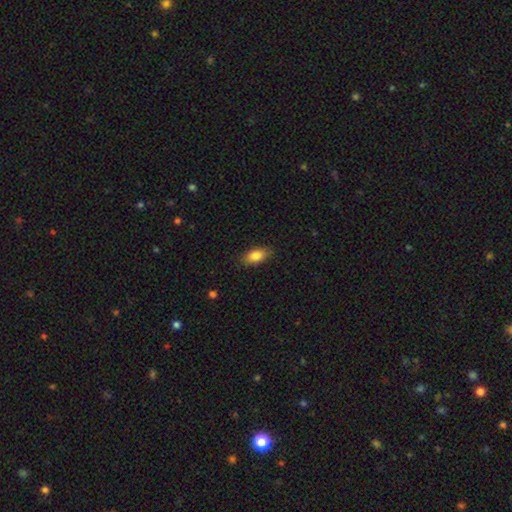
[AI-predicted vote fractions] This is clearly a smooth galaxy (84%). How rounded: clearly in between (89%). Merging: clearly none (86%).